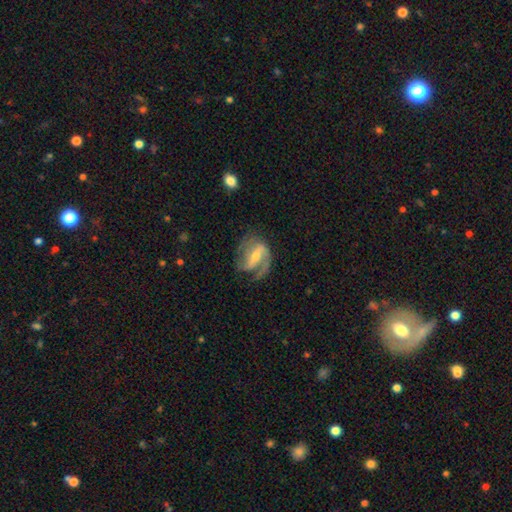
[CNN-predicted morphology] smooth_or_featured: featured or disk (p=0.83) [alt: smooth p=0.11]
disk_edge_on: no (p=0.96) [alt: yes p=0.04]
bar: strong (p=0.53) [alt: weak p=0.35]
has_spiral_arms: yes (p=0.92) [alt: no p=0.08]
spiral_winding: medium (p=0.47) [alt: loose p=0.31]
spiral_arm_count: 2 (p=0.63) [alt: 1 p=0.20]
bulge_size: small (p=0.47) [alt: moderate p=0.45]
merging: none (p=0.58) [alt: minor disturbance p=0.21]